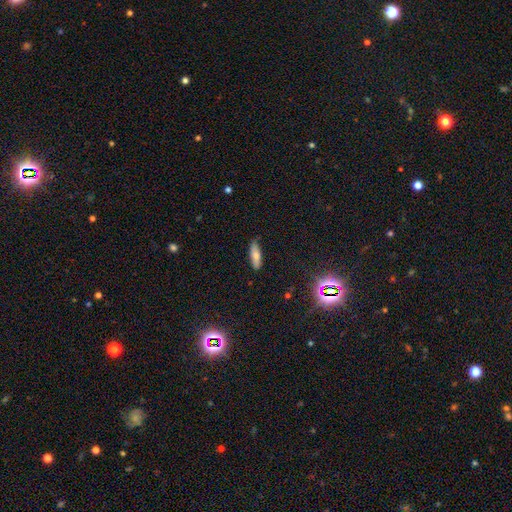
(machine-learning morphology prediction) The model was most divided on "how rounded": cigar-shaped: 53%, in between: 45%, round: 2%. More confident: merging — none (80%); smooth or featured — smooth (72%).